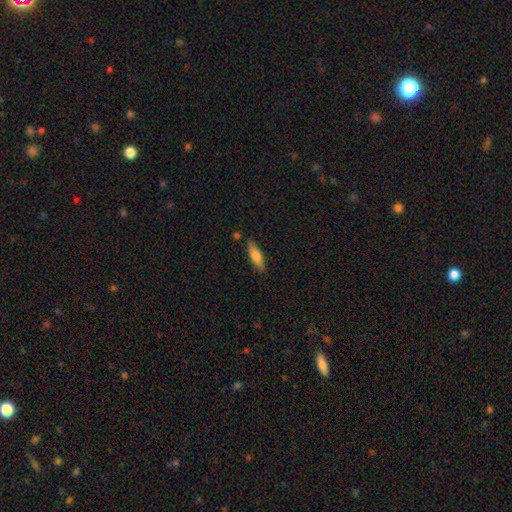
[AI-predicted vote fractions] A smooth galaxy with no disk features (74%) that is cigar-shaped (53%).

Vote fractions:
- Smooth or featured? smooth: 74% / featured or disk: 19% / star or artifact: 6%
- How rounded? cigar-shaped: 53% / in between: 45% / round: 2%
- Merging? none: 81% / minor disturbance: 13% / merger: 3% / major disturbance: 3%